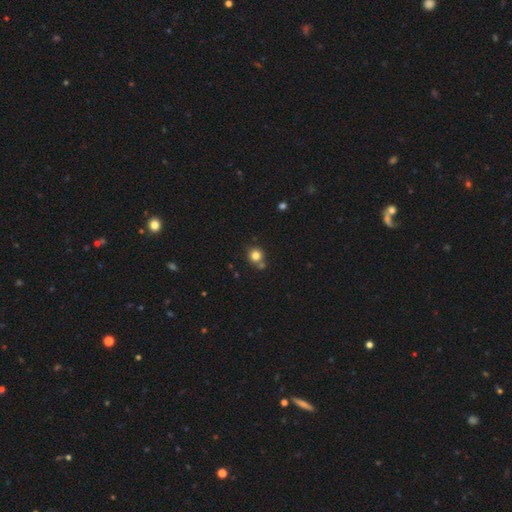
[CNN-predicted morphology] type=smooth (81%); roundness=round (90%); merging=none (69%).